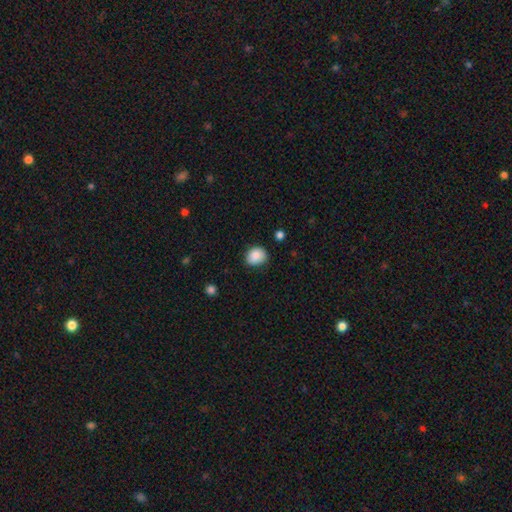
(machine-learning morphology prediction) A smooth galaxy with no disk features (87%) that is round (58%). Merging: none (78%).